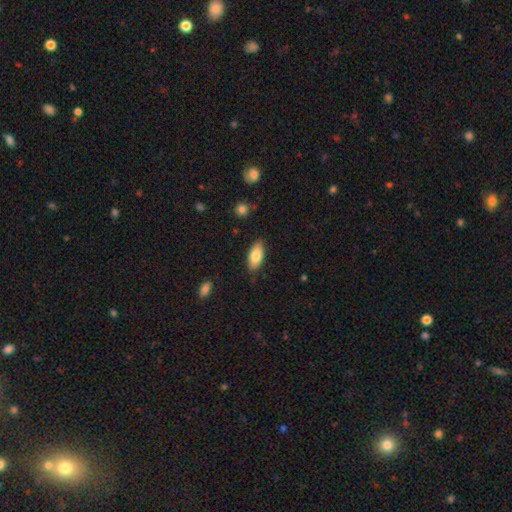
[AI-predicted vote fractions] This is clearly a smooth galaxy (82%). How rounded: clearly in between (87%). Merging: clearly none (85%).